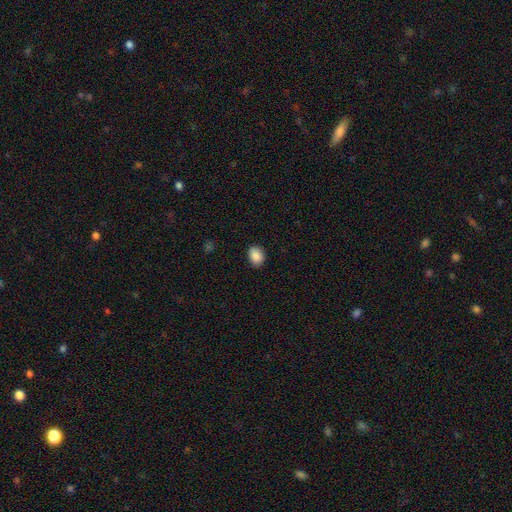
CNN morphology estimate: Smooth or featured?
  - smooth: 88% *
  - star or artifact: 8%
  - featured or disk: 4%
How rounded?
  - in between: 62% *
  - round: 37%
  - cigar-shaped: 1%
Merging?
  - none: 86% *
  - minor disturbance: 11%
  - major disturbance: 2%
  - merger: 1%